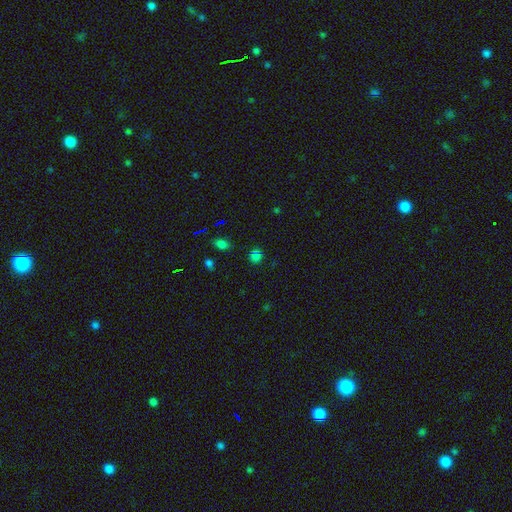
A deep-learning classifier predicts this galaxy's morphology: This appears to be a smooth galaxy with no disk features (71%) that is round (82%). Merging: none (81%).